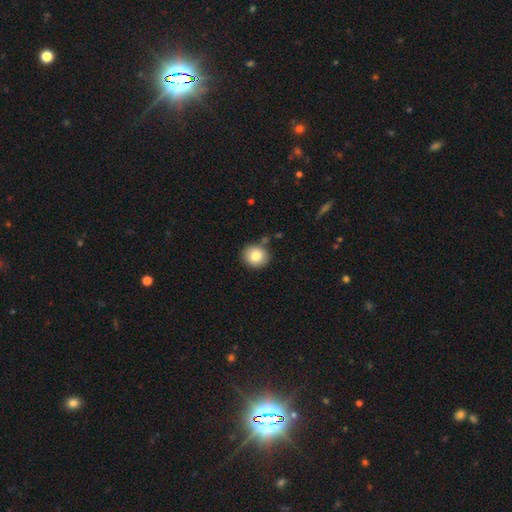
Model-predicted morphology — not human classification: This is clearly a smooth galaxy (83%). How rounded: clearly round (84%). Merging: clearly none (81%).